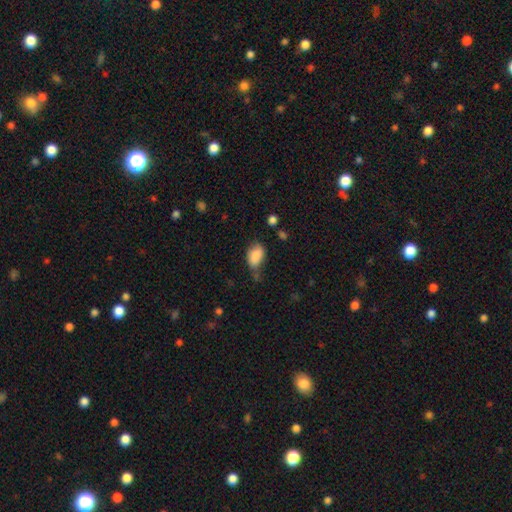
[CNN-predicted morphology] Smooth or featured? Predicted: smooth (p=0.85). How rounded? Predicted: in between (p=0.87). Merging? Predicted: none (p=0.49).